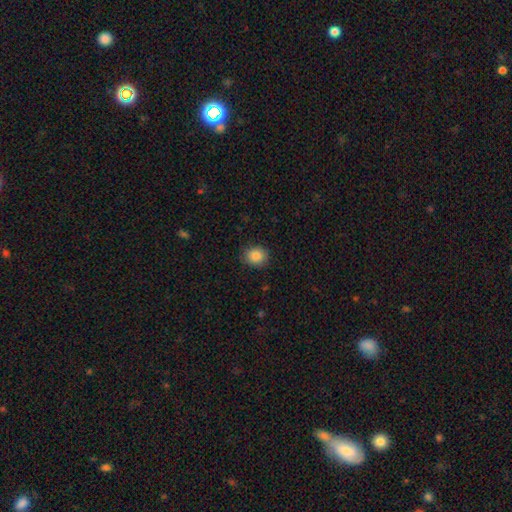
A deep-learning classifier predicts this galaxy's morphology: Smooth or featured? smooth (87%)
How rounded? round (66%)
Merging? none (86%)